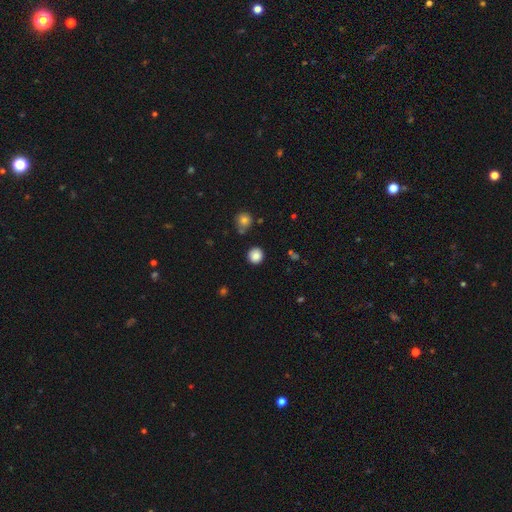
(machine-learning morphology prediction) The model was most divided on "smooth or featured": smooth: 85%, star or artifact: 10%, featured or disk: 4%. More confident: how rounded — round (93%); merging — none (88%).